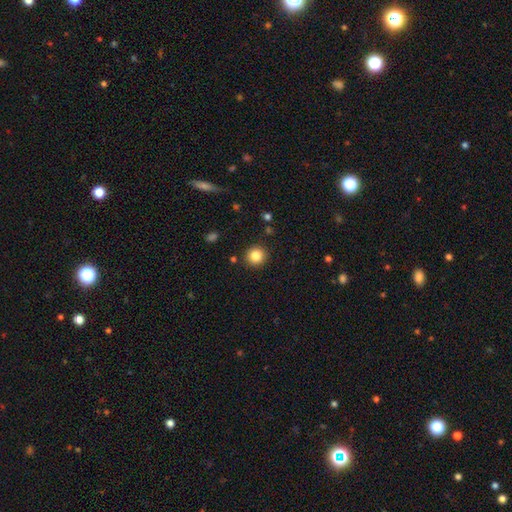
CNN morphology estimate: smooth_or_featured: smooth (p=0.84) [alt: star or artifact p=0.10]
how_rounded: round (p=0.93) [alt: in between p=0.06]
merging: none (p=0.91) [alt: minor disturbance p=0.06]